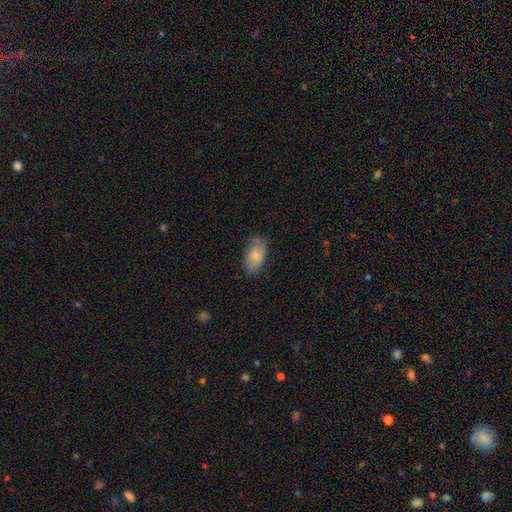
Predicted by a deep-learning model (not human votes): Q: Smooth or featured?
A: smooth (74%); runner-up: featured or disk (19%)
Q: How rounded?
A: in between (93%); runner-up: round (4%)
Q: Merging?
A: none (69%); runner-up: minor disturbance (24%)